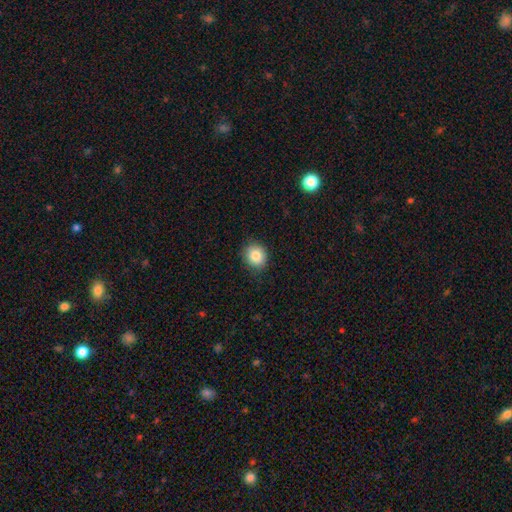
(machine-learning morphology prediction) smooth-or-featured: smooth: 84% | star or artifact: 9% | featured or disk: 7%
  how-rounded: round: 77% | in between: 22% | cigar-shaped: 1%
  merging: none: 86% | minor disturbance: 11% | major disturbance: 2% | merger: 1%